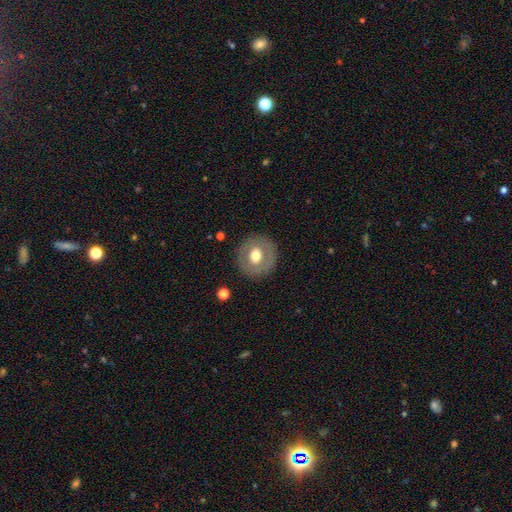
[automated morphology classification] The model was most divided on "smooth or featured": smooth: 55%, featured or disk: 38%, star or artifact: 7%. More confident: how rounded — round (89%); merging — none (86%).